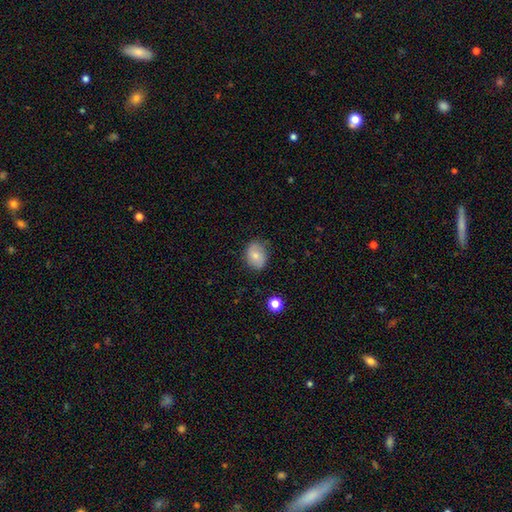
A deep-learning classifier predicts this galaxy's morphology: Overall: smooth (73%). How rounded: in between (59%; round 40%). Merging: none (79%).